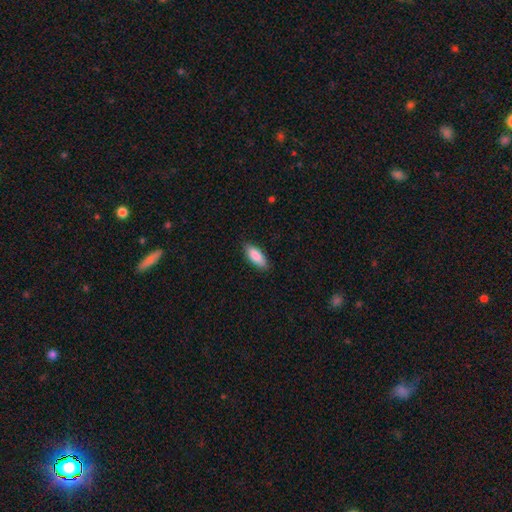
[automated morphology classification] A smooth galaxy with no disk features (87%) that is in between round and cigar-shaped (78%).

Vote fractions:
- Smooth or featured? smooth: 87% / featured or disk: 7% / star or artifact: 6%
- How rounded? in between: 78% / cigar-shaped: 21% / round: 2%
- Merging? none: 86% / minor disturbance: 11% / major disturbance: 2% / merger: 1%